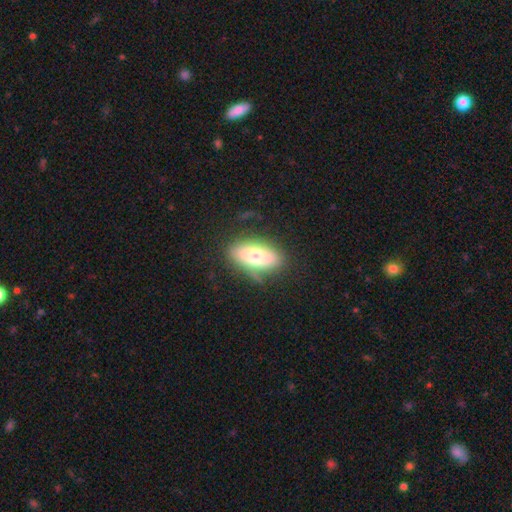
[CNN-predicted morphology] Q: Smooth or featured?
A: smooth (70%); runner-up: featured or disk (23%)
Q: How rounded?
A: in between (86%); runner-up: cigar-shaped (9%)
Q: Merging?
A: none (69%); runner-up: minor disturbance (20%)